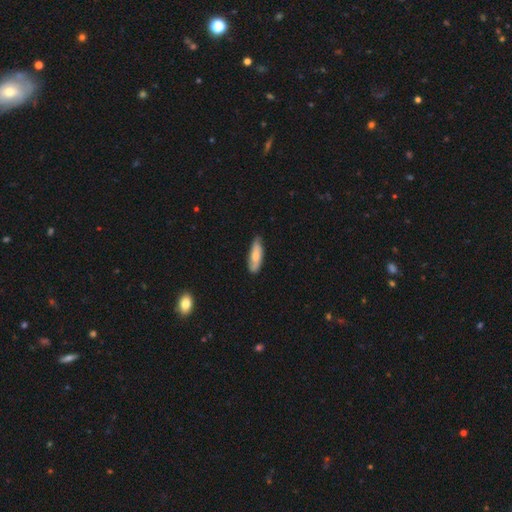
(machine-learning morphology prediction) A smooth galaxy with no disk features (66%) that is in between round and cigar-shaped (52%).

Vote fractions:
- Smooth or featured? smooth: 66% / featured or disk: 28% / star or artifact: 6%
- How rounded? in between: 52% / cigar-shaped: 47% / round: 2%
- Merging? none: 76% / minor disturbance: 19% / major disturbance: 3% / merger: 1%